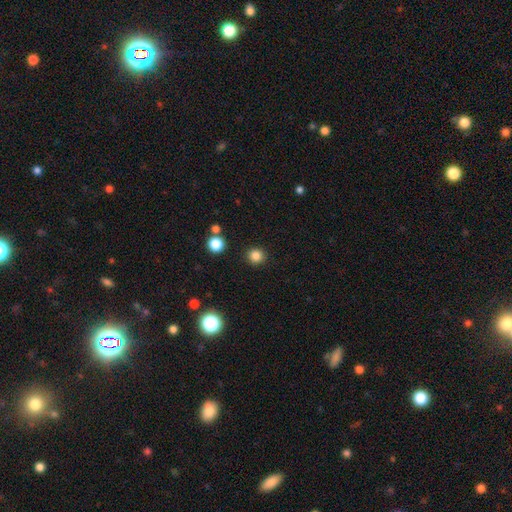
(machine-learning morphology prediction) smooth_or_featured: smooth (p=0.84) [alt: star or artifact p=0.13]
how_rounded: round (p=0.94) [alt: in between p=0.05]
merging: none (p=0.91) [alt: minor disturbance p=0.05]